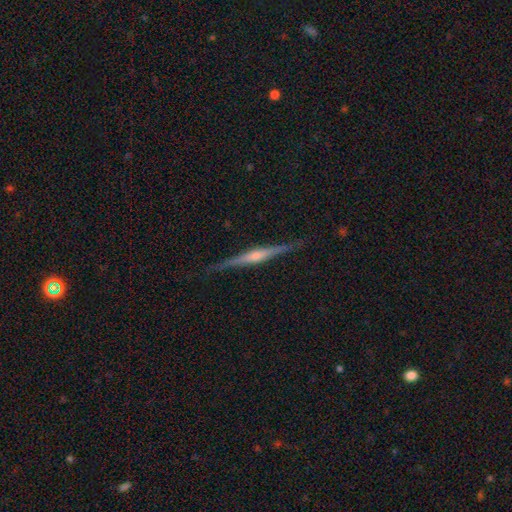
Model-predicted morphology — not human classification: This appears to be a featured or disk galaxy (76%) viewed edge-on (98%) with a rounded central bulge (71%). Merging: none (87%).